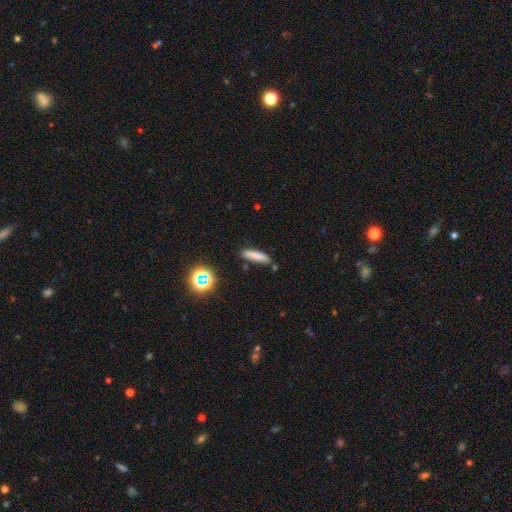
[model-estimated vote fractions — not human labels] smooth-or-featured: smooth: 76% | star or artifact: 12% | featured or disk: 11%
  how-rounded: cigar-shaped: 81% | in between: 17% | round: 2%
  merging: none: 77% | minor disturbance: 14% | merger: 5% | major disturbance: 3%